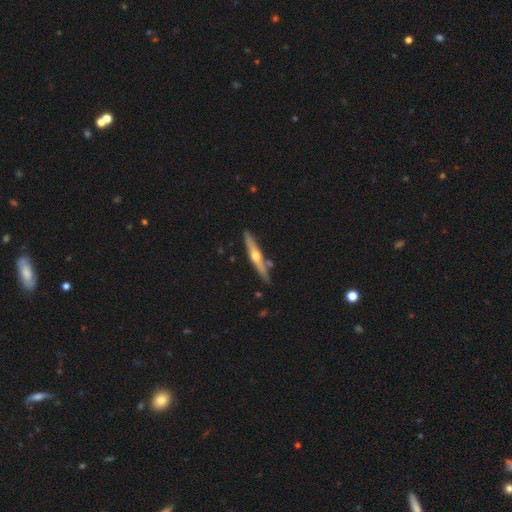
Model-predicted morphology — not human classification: This appears to be a featured or disk galaxy (68%) viewed edge-on (96%) with a rounded central bulge (92%). Merging: none (83%).